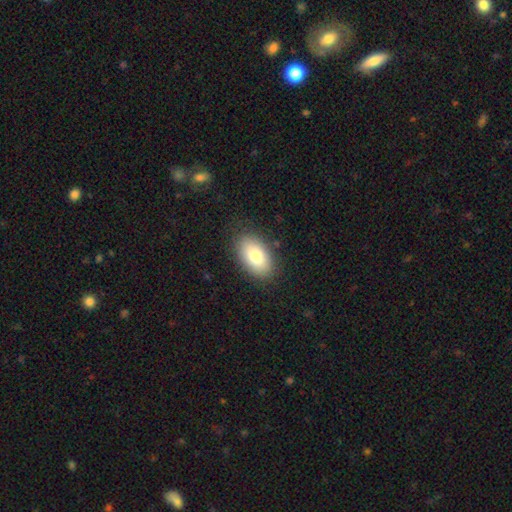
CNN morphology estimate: A smooth galaxy with no disk features (79%) that is in between round and cigar-shaped (92%).

Vote fractions:
- Smooth or featured? smooth: 79% / featured or disk: 13% / star or artifact: 7%
- How rounded? in between: 92% / round: 6% / cigar-shaped: 2%
- Merging? none: 85% / minor disturbance: 11% / major disturbance: 3% / merger: 1%